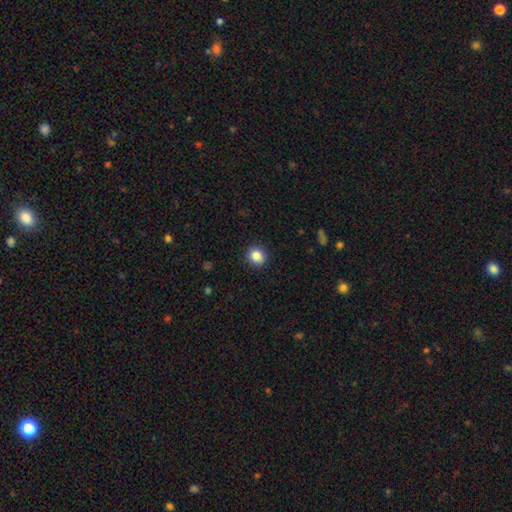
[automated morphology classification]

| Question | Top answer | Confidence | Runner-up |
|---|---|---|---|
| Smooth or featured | smooth | 85% | star or artifact (10%) |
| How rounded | round | 84% | in between (15%) |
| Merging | none | 91% | minor disturbance (6%) |